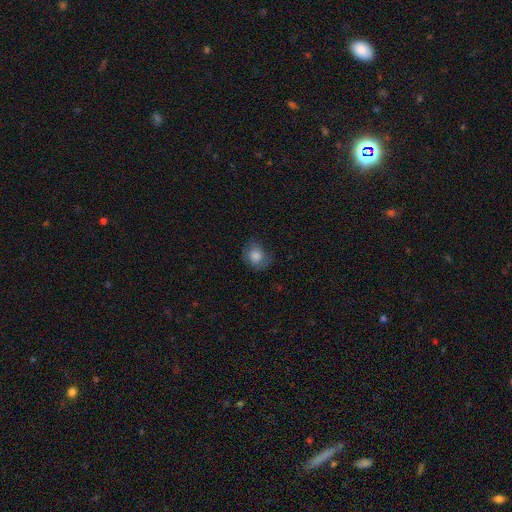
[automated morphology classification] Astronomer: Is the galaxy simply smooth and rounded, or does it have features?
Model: smooth — 79%.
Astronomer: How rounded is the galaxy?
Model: round — 70%.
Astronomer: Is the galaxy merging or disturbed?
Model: none — 67%.